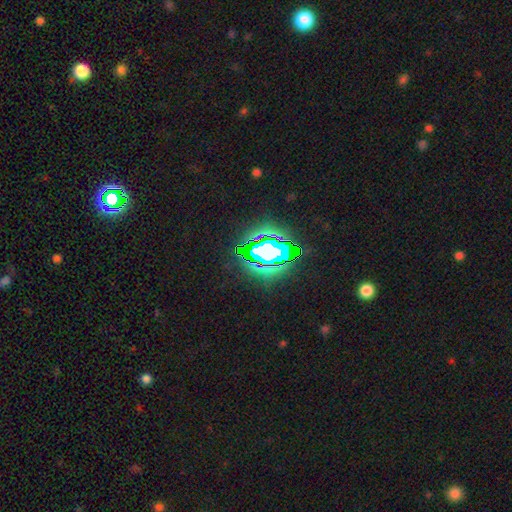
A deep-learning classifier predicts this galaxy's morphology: A star or artifact, not a galaxy (82%).